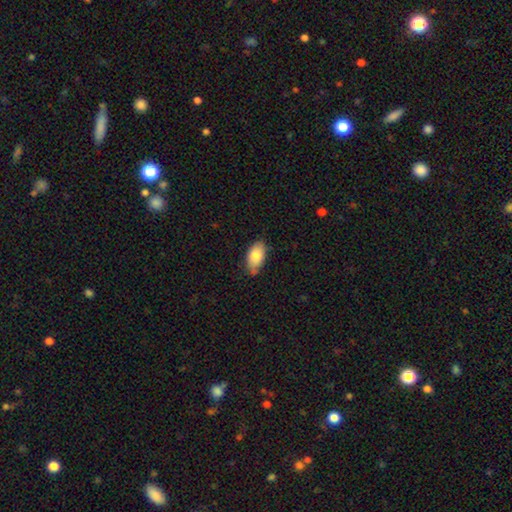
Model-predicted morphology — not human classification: A smooth galaxy with no disk features (80%) that is in between round and cigar-shaped (93%).

Vote fractions:
- Smooth or featured? smooth: 80% / featured or disk: 14% / star or artifact: 7%
- How rounded? in between: 93% / round: 4% / cigar-shaped: 3%
- Merging? none: 73% / minor disturbance: 22% / major disturbance: 3% / merger: 2%